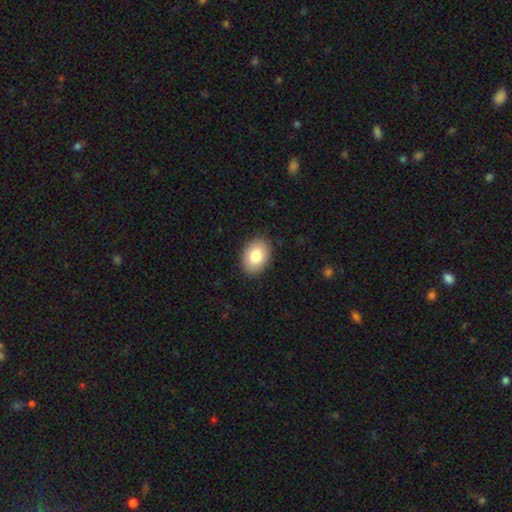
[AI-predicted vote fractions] Smooth or featured: smooth — 82% (featured or disk — 11%)
How rounded: in between — 79% (round — 20%)
Merging: none — 88% (minor disturbance — 9%)